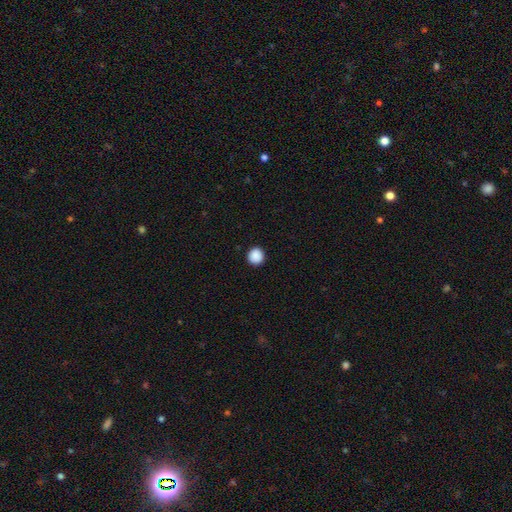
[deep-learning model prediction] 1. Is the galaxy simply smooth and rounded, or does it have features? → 89% smooth, 9% star or artifact, 2% featured or disk.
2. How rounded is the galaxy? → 92% round, 7% in between, 1% cigar-shaped.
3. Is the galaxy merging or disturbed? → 93% none, 5% minor disturbance, 2% major disturbance, 1% merger.